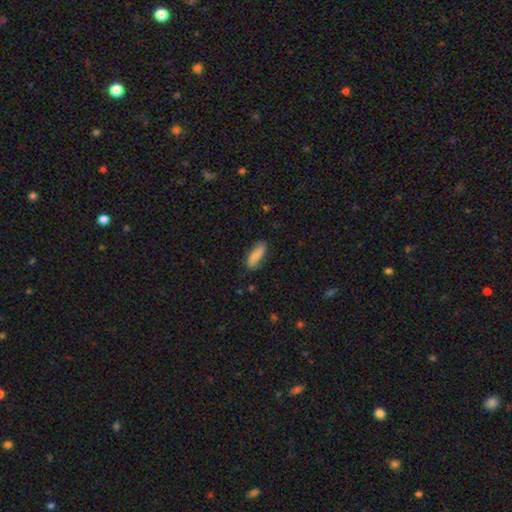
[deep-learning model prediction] This appears to be a smooth galaxy with no disk features (78%) that is in between round and cigar-shaped (65%). Merging: none (82%).